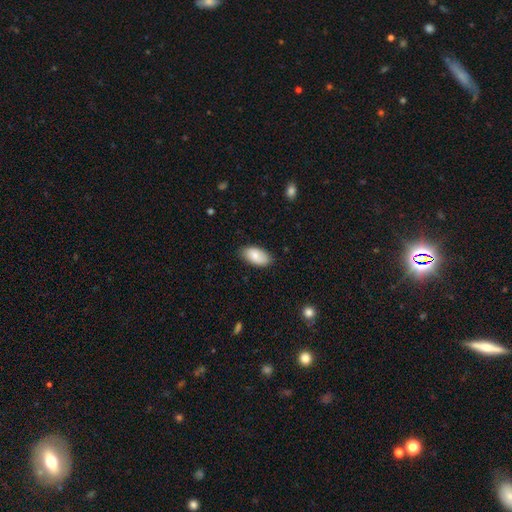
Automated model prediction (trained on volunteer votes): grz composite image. It shows a smooth galaxy with no disk features (81%) that is in between round and cigar-shaped (95%). Merging: none (82%).